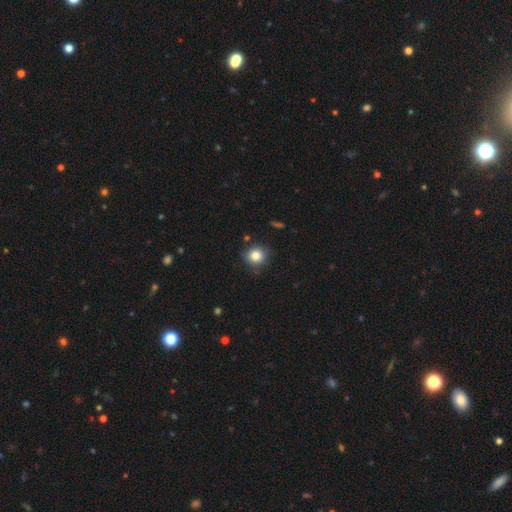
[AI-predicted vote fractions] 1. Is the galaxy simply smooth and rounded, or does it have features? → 83% smooth, 11% star or artifact, 6% featured or disk.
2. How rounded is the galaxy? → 89% round, 10% in between, 1% cigar-shaped.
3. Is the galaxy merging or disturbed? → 82% none, 13% minor disturbance, 3% major disturbance, 2% merger.